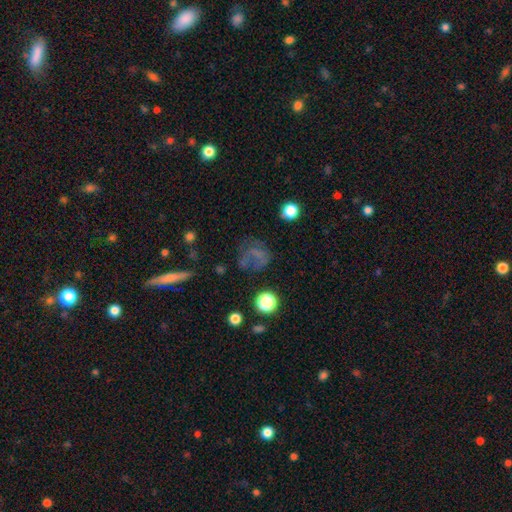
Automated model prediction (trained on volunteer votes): Overall: smooth (45%; featured or disk 30%). Merging: none (47%; major disturbance 28%).